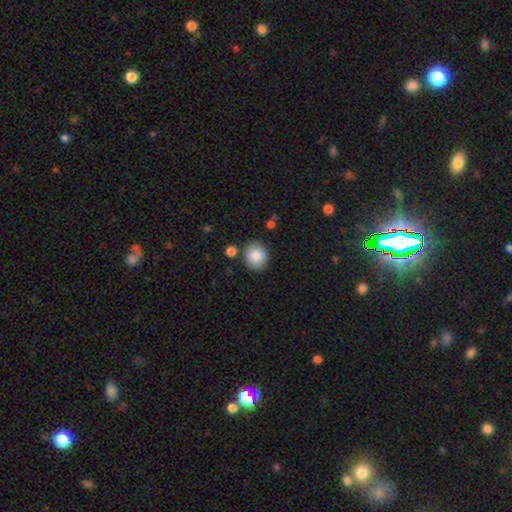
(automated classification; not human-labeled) Smooth or featured? smooth (87%)
How rounded? round (78%)
Merging? none (83%)